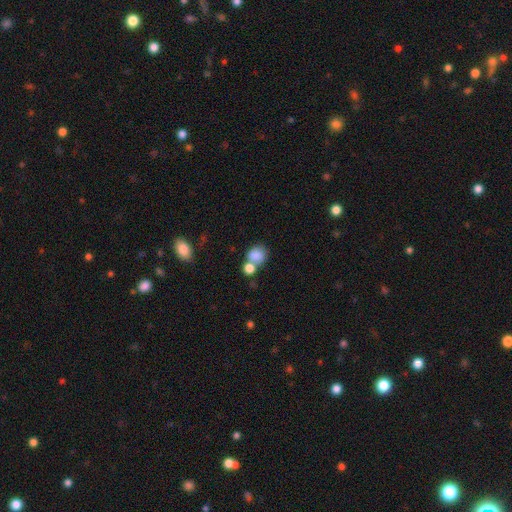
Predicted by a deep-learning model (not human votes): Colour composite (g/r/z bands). It shows a smooth galaxy with no disk features (83%) that is round (67%). Merging: merger (43%).